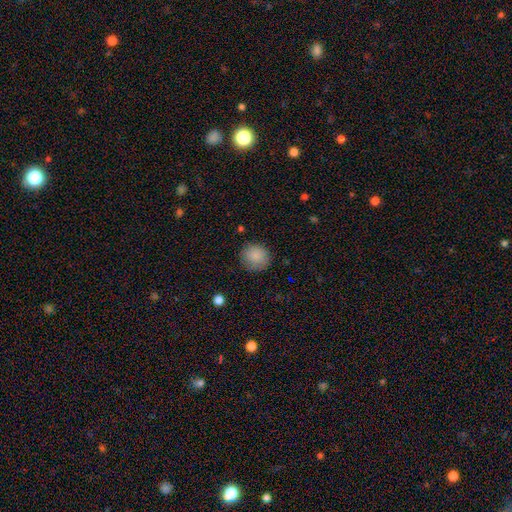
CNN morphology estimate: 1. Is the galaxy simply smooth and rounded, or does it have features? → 87% smooth, 8% star or artifact, 5% featured or disk.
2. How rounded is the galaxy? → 88% round, 11% in between, 1% cigar-shaped.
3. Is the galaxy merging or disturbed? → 82% none, 13% minor disturbance, 3% major disturbance, 1% merger.